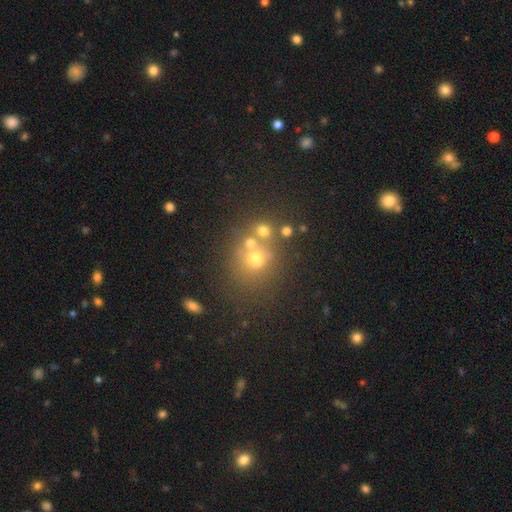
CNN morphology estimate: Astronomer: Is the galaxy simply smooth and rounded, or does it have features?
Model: smooth — 55%.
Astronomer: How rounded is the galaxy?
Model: round — 78%.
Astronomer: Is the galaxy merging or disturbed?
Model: none — 53% (runner-up: merger, 31%).